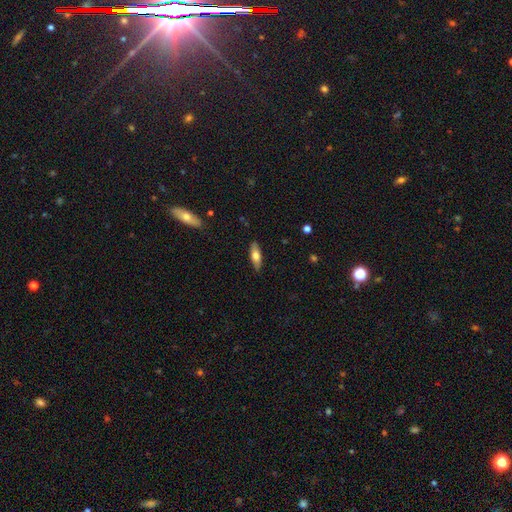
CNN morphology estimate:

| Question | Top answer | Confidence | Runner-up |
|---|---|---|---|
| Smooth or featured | smooth | 66% | featured or disk (28%) |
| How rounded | in between | 59% | cigar-shaped (39%) |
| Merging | none | 86% | minor disturbance (11%) |